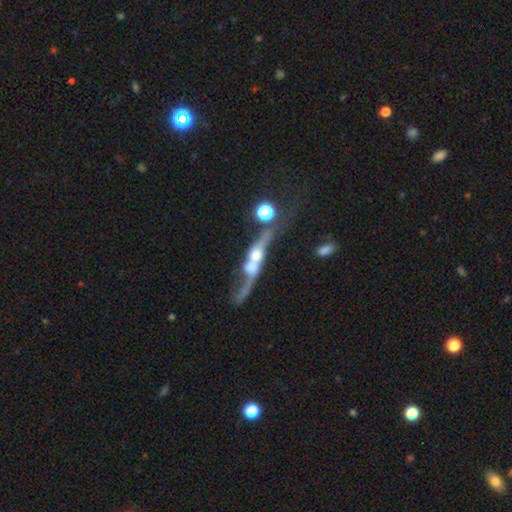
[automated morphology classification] Smooth or featured: featured or disk — 67% (smooth — 22%)
Edge-on disk: yes — 54% (no — 46%)
Merging: merger — 55% (none — 20%)